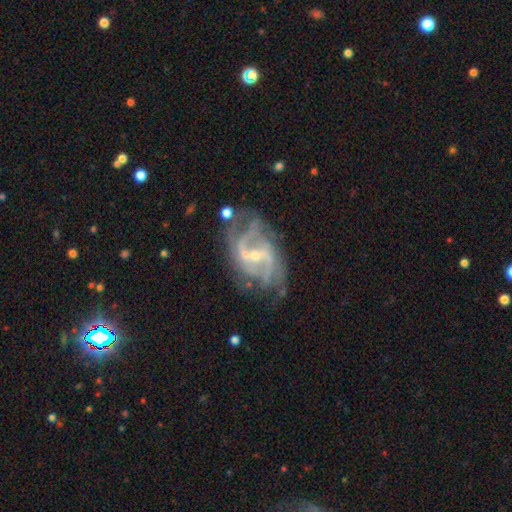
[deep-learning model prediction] Smooth or featured? Predicted: featured or disk (p=0.88). Edge-on disk? Predicted: no (p=0.97). Bar? Predicted: weak (p=0.47). Spiral arms? Predicted: yes (p=0.94). Spiral winding? Predicted: medium (p=0.50). Spiral arm count? Predicted: 2 (p=0.60). Bulge size? Predicted: small (p=0.73). Merging? Predicted: none (p=0.61).